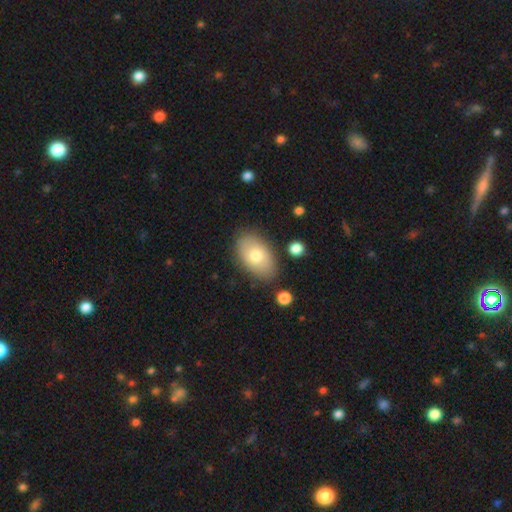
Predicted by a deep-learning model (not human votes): Morphology: type=smooth (72%); roundness=in between (92%); merging=none (81%).